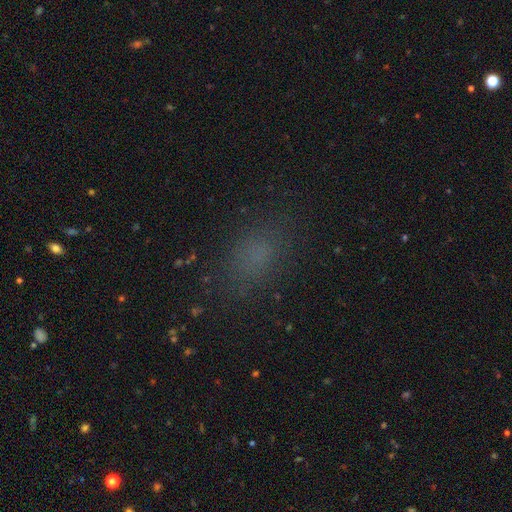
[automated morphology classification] smooth 70%, star or artifact 23%, featured or disk 8%. Down the decision tree: how rounded — in between (73%); merging — none (79%).